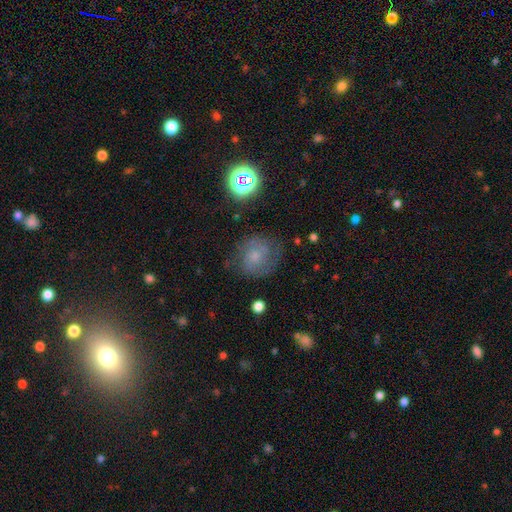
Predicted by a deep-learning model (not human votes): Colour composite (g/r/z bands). It shows a featured or disk galaxy (45%). Merging: none (66%).